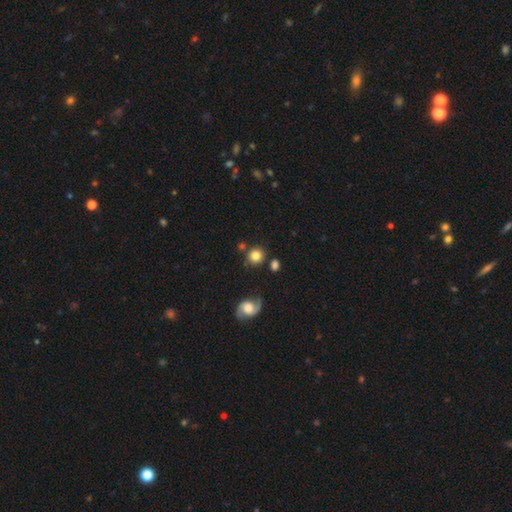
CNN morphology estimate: Q: Smooth or featured?
A: smooth (78%); runner-up: featured or disk (12%)
Q: How rounded?
A: round (91%); runner-up: in between (8%)
Q: Merging?
A: none (80%); runner-up: minor disturbance (10%)